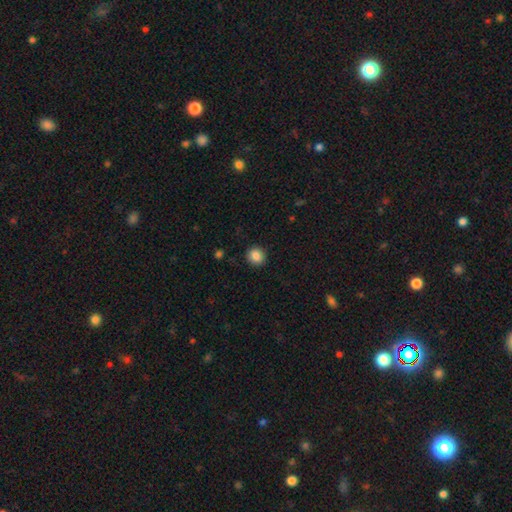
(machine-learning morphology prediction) type=smooth (86%); roundness=round (89%); merging=none (91%).